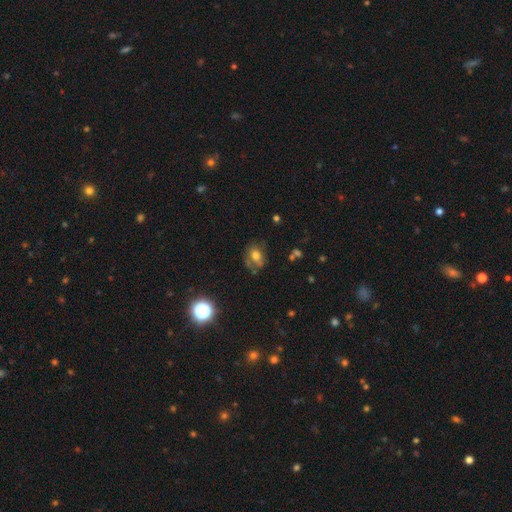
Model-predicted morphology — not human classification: Smooth or featured? smooth (61%)
How rounded? in between (60%)
Merging? none (53%)